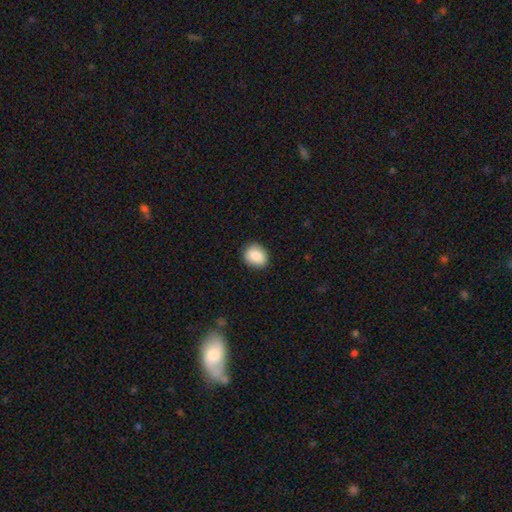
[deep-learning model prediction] This appears to be a smooth galaxy with no disk features (86%) that is round (56%). Merging: none (87%).